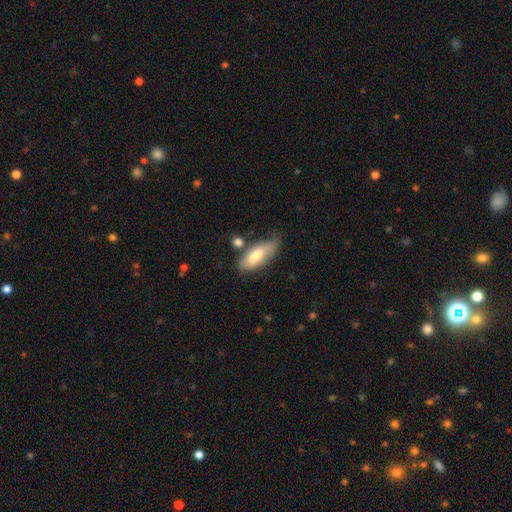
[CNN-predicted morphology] Smooth or featured? Predicted: smooth (p=0.70). How rounded? Predicted: in between (p=0.78). Merging? Predicted: none (p=0.53).